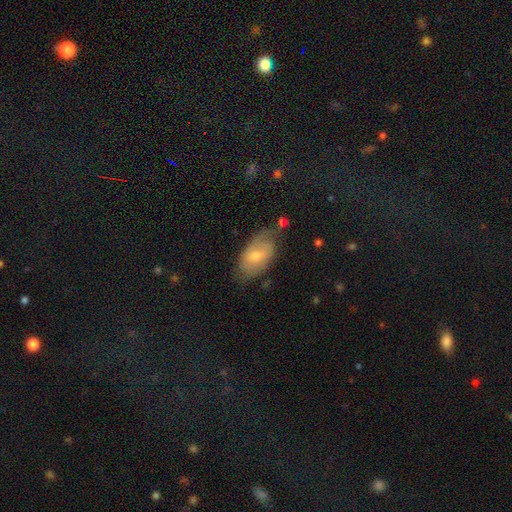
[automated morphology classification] Smooth or featured? Predicted: smooth (p=0.50). Merging? Predicted: none (p=0.56).